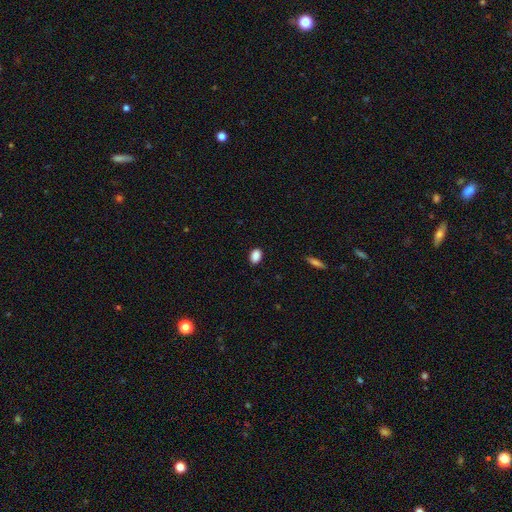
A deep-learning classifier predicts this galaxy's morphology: Smooth or featured? smooth (89%)
How rounded? in between (83%)
Merging? none (88%)